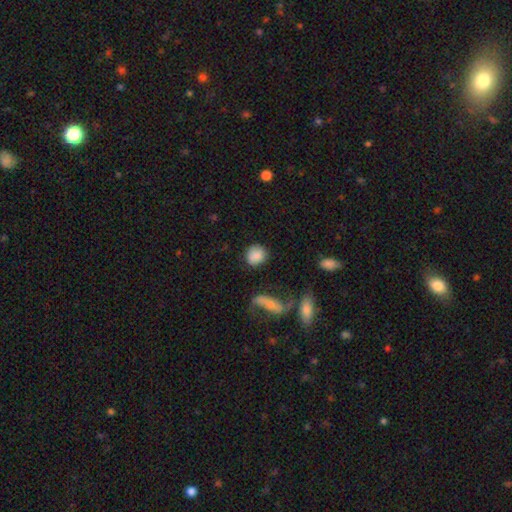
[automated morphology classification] smooth 84%, star or artifact 8%, featured or disk 8%. Down the decision tree: how rounded — round (76%); merging — none (79%).